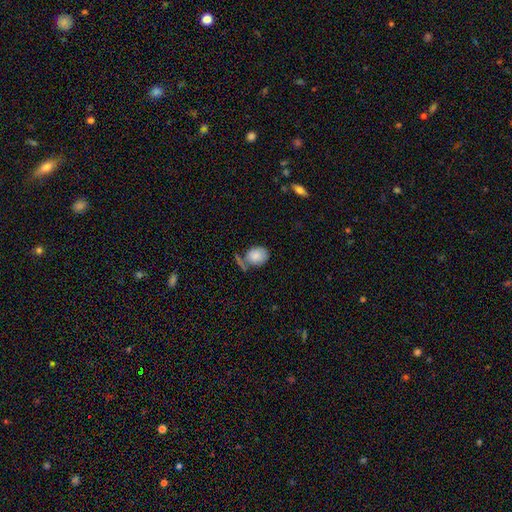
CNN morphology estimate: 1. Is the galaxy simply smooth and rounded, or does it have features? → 80% smooth, 12% featured or disk, 8% star or artifact.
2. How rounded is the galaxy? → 58% in between, 41% round, 1% cigar-shaped.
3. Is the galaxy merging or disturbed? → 48% none, 22% minor disturbance, 18% merger, 12% major disturbance.